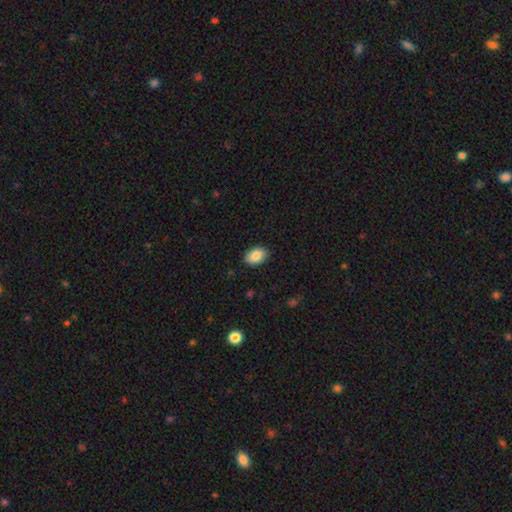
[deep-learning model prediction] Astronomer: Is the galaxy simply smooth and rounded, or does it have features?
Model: smooth — 86%.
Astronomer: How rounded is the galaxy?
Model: in between — 88%.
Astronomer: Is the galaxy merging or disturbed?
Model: none — 89%.